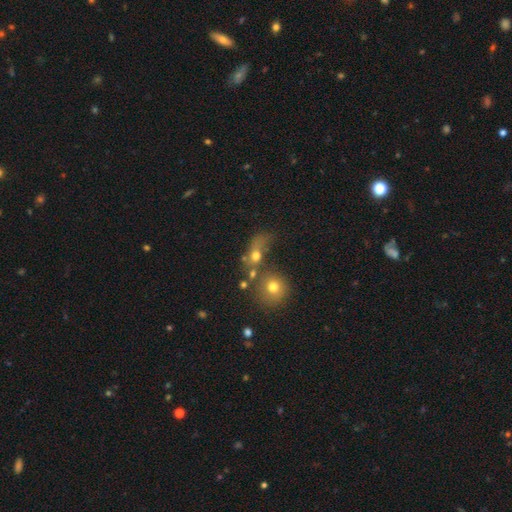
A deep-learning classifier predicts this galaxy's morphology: Q: Smooth or featured?
A: smooth (66%); runner-up: featured or disk (18%)
Q: How rounded?
A: round (57%); runner-up: in between (39%)
Q: Merging?
A: merger (43%); runner-up: none (28%)